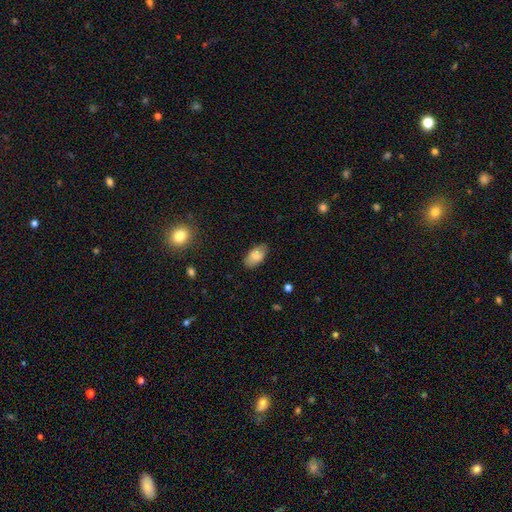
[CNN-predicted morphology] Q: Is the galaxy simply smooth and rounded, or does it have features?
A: smooth — 80%.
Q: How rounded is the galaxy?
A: in between — 94%.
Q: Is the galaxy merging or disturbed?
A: none — 81%.